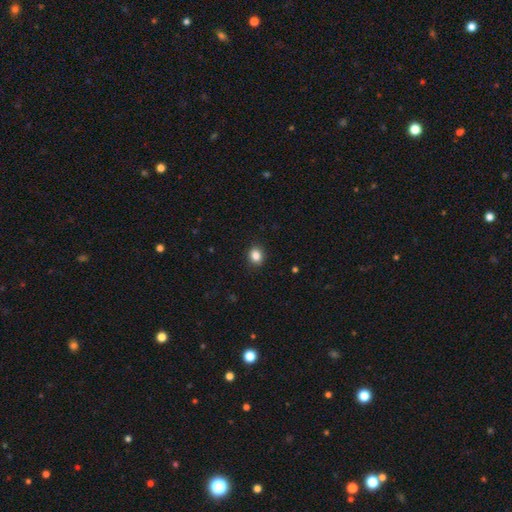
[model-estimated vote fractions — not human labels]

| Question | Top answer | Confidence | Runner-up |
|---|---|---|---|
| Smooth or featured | smooth | 86% | star or artifact (10%) |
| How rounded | round | 59% | in between (40%) |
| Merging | none | 91% | minor disturbance (7%) |